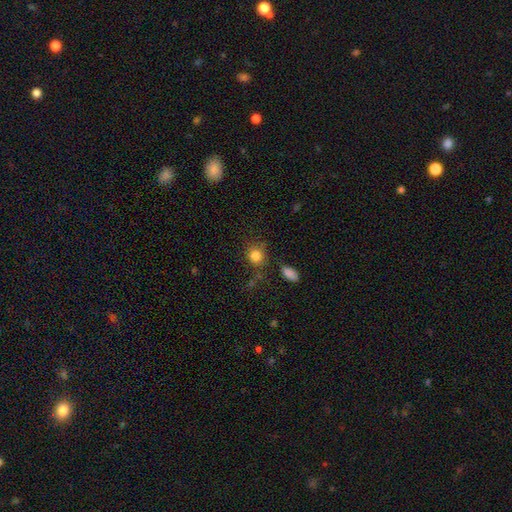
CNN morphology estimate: This appears to be a smooth galaxy with no disk features (83%) that is round (79%). Merging: none (76%).